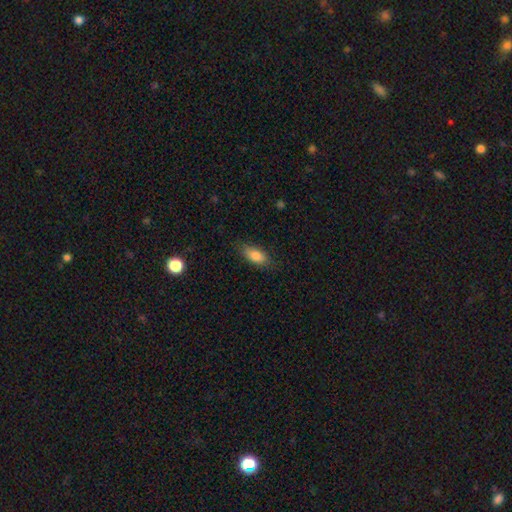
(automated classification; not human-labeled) Smooth or featured?
  - smooth: 83% *
  - featured or disk: 10%
  - star or artifact: 7%
How rounded?
  - in between: 84% *
  - cigar-shaped: 12%
  - round: 4%
Merging?
  - none: 79% *
  - minor disturbance: 16%
  - major disturbance: 4%
  - merger: 1%